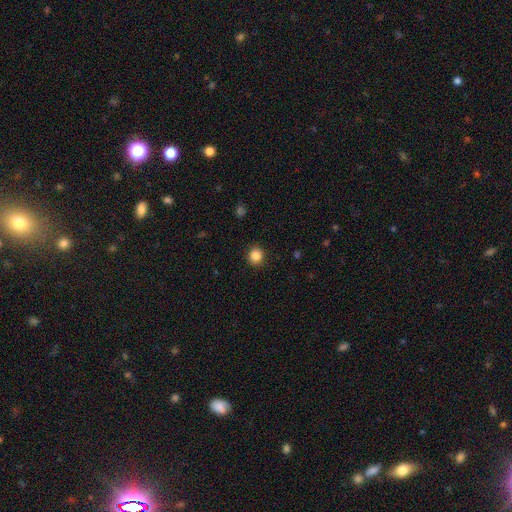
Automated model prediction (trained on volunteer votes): smooth-or-featured: smooth: 85% | star or artifact: 11% | featured or disk: 4%
  how-rounded: round: 88% | in between: 11% | cigar-shaped: 1%
  merging: none: 91% | minor disturbance: 6% | major disturbance: 2% | merger: 1%